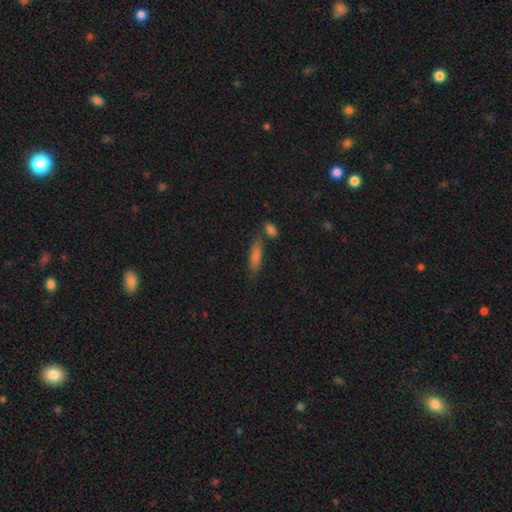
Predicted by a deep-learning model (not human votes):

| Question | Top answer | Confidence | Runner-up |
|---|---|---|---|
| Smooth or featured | smooth | 70% | featured or disk (17%) |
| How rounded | cigar-shaped | 68% | in between (29%) |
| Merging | none | 68% | merger (16%) |